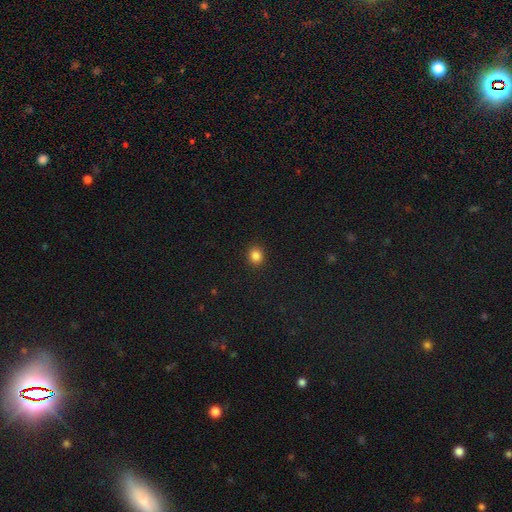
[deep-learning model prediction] Smooth or featured? Predicted: smooth (p=0.85). How rounded? Predicted: round (p=0.81). Merging? Predicted: none (p=0.92).